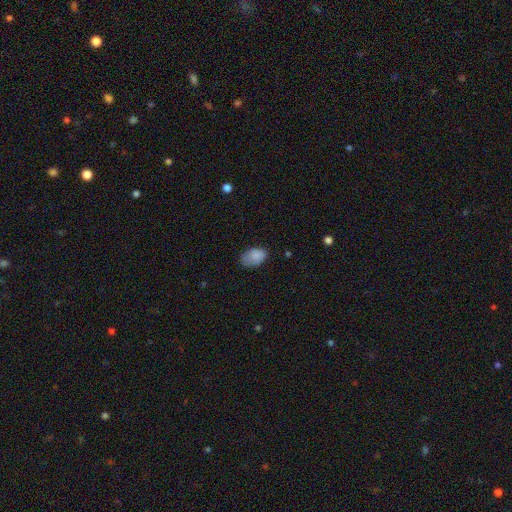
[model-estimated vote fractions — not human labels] The model was most divided on "merging": none: 60%, minor disturbance: 29%, major disturbance: 9%, merger: 2%. More confident: how rounded — in between (87%); smooth or featured — smooth (85%).